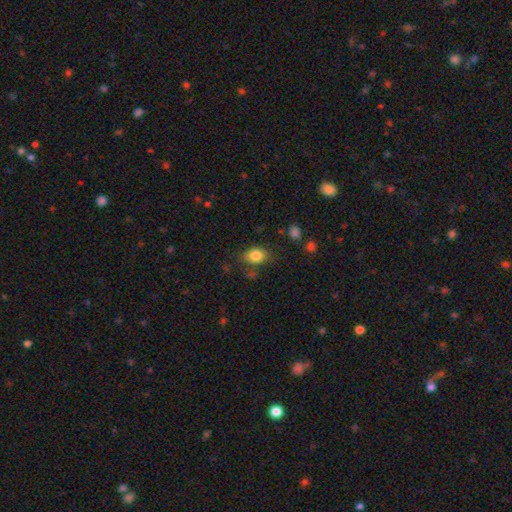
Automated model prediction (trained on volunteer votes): Smooth or featured? Predicted: smooth (p=0.83). How rounded? Predicted: in between (p=0.67). Merging? Predicted: none (p=0.70).